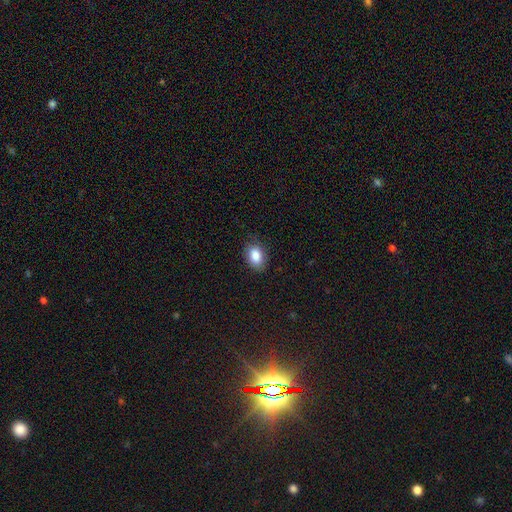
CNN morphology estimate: type=smooth (85%); roundness=in between (83%); merging=none (82%).